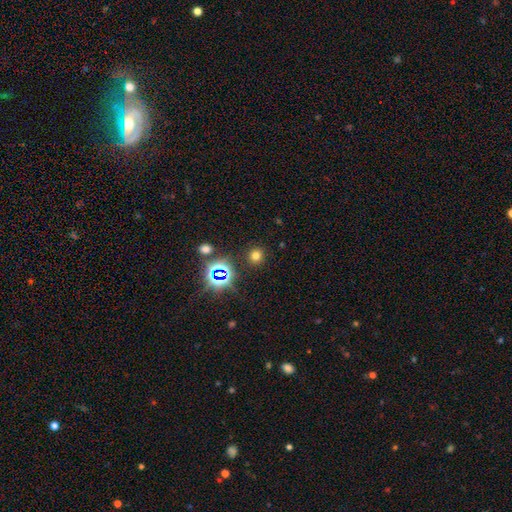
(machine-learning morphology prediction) type=smooth (67%); roundness=round (89%); merging=none (89%).